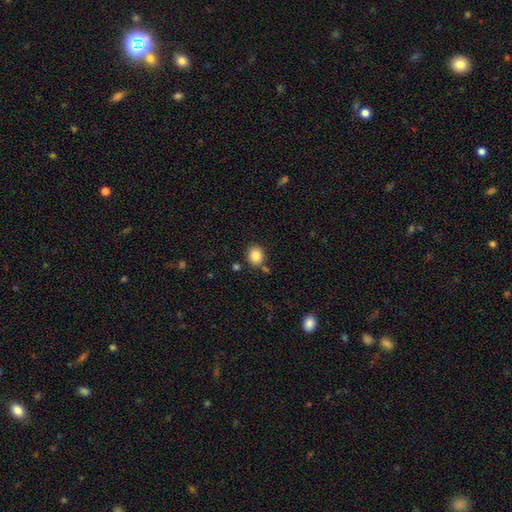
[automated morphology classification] smooth-or-featured: smooth: 86% | star or artifact: 9% | featured or disk: 4%
  how-rounded: round: 66% | in between: 33% | cigar-shaped: 1%
  merging: none: 79% | minor disturbance: 11% | merger: 6% | major disturbance: 3%